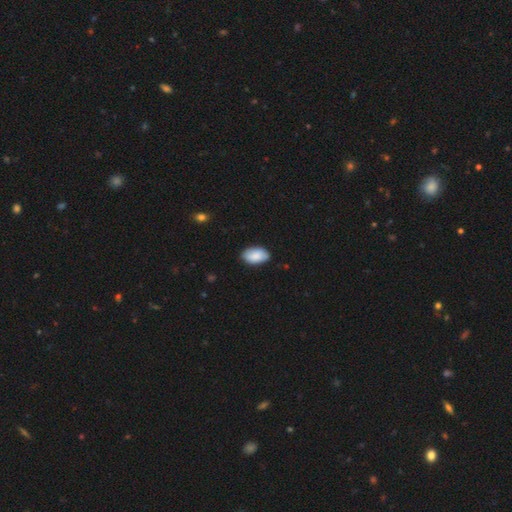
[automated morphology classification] Smooth or featured? smooth (86%)
How rounded? in between (93%)
Merging? none (81%)